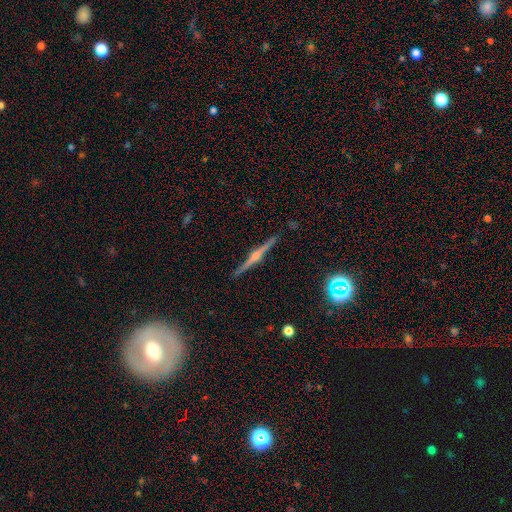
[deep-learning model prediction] This is likely a featured or disk galaxy (77%). It is clearly viewed edge-on (94%). Edge-on bulge: clearly rounded (88%). Merging: clearly none (90%).